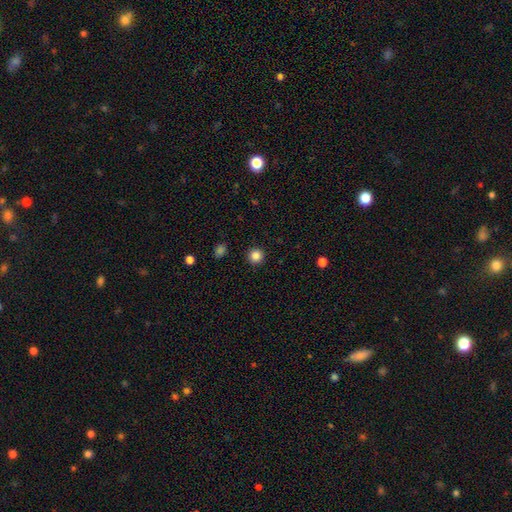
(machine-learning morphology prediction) Smooth or featured: smooth — 85% (star or artifact — 11%)
How rounded: round — 95% (in between — 4%)
Merging: none — 93% (minor disturbance — 5%)